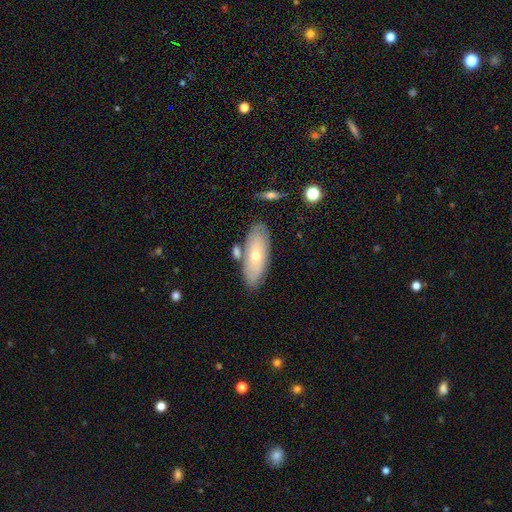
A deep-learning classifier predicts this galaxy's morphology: Q: Smooth or featured?
A: smooth (55%); runner-up: featured or disk (38%)
Q: How rounded?
A: in between (74%); runner-up: cigar-shaped (23%)
Q: Merging?
A: none (77%); runner-up: minor disturbance (13%)